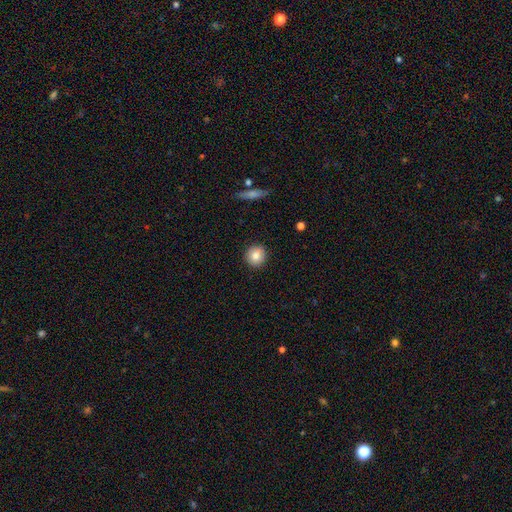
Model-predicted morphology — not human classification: Smooth or featured?
  - smooth: 83% *
  - star or artifact: 9%
  - featured or disk: 8%
How rounded?
  - round: 92% *
  - in between: 7%
  - cigar-shaped: 1%
Merging?
  - none: 92% *
  - minor disturbance: 6%
  - major disturbance: 2%
  - merger: 1%